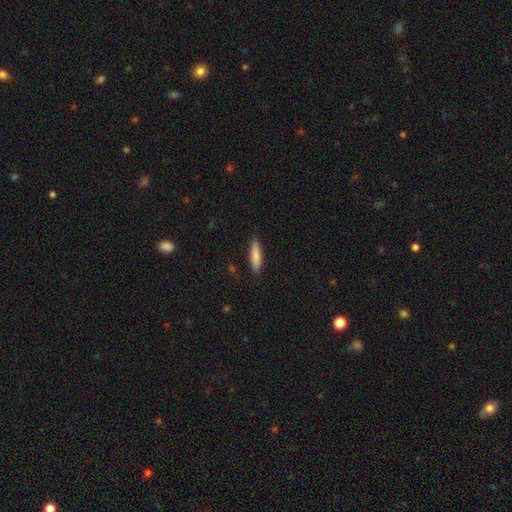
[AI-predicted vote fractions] smooth-or-featured: smooth: 80% | featured or disk: 15% | star or artifact: 6%
  how-rounded: cigar-shaped: 79% | in between: 20% | round: 1%
  merging: none: 88% | minor disturbance: 9% | major disturbance: 2% | merger: 1%